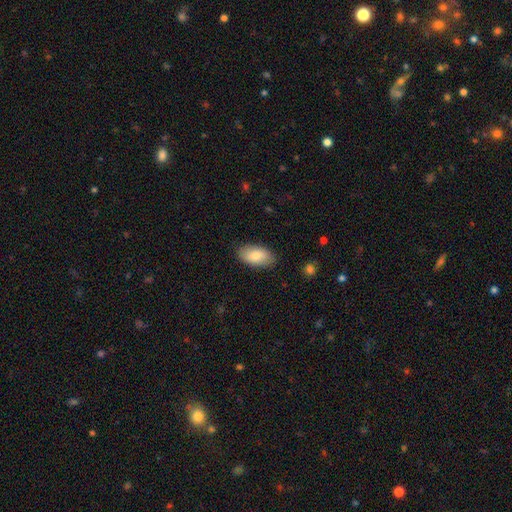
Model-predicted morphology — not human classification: Smooth or featured? Predicted: smooth (p=0.81). How rounded? Predicted: in between (p=0.94). Merging? Predicted: none (p=0.86).